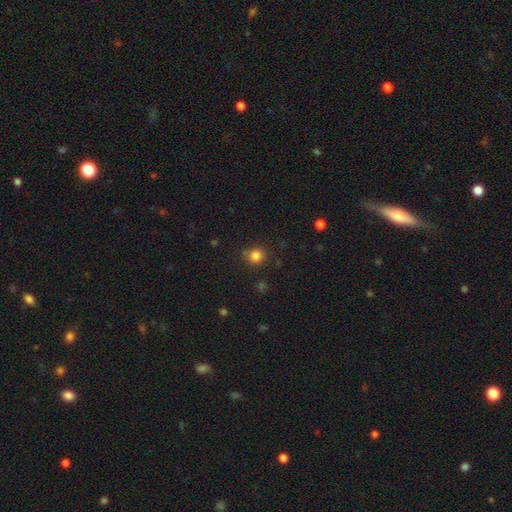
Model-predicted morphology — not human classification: smooth_or_featured: smooth (p=0.82) [alt: star or artifact p=0.13]
how_rounded: round (p=0.90) [alt: in between p=0.09]
merging: none (p=0.82) [alt: minor disturbance p=0.11]